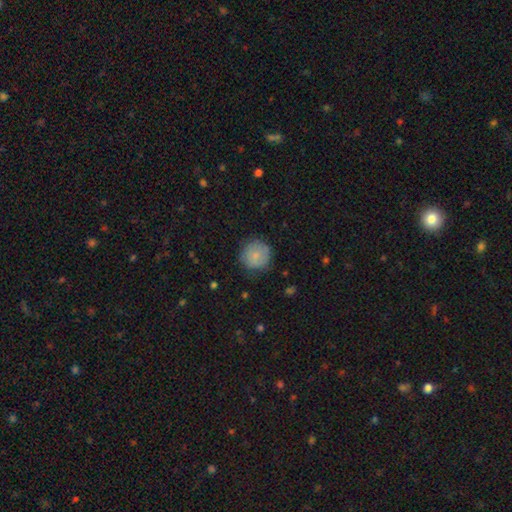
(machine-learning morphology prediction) Smooth or featured? smooth (78%)
How rounded? round (92%)
Merging? none (75%)